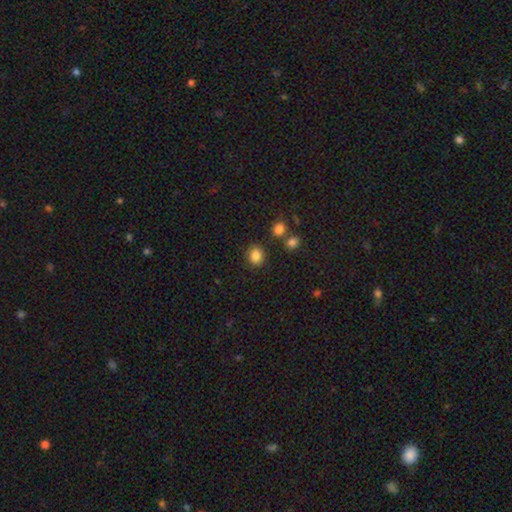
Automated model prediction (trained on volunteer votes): smooth 85%, star or artifact 10%, featured or disk 5%. Down the decision tree: how rounded — round (71%); merging — none (84%).